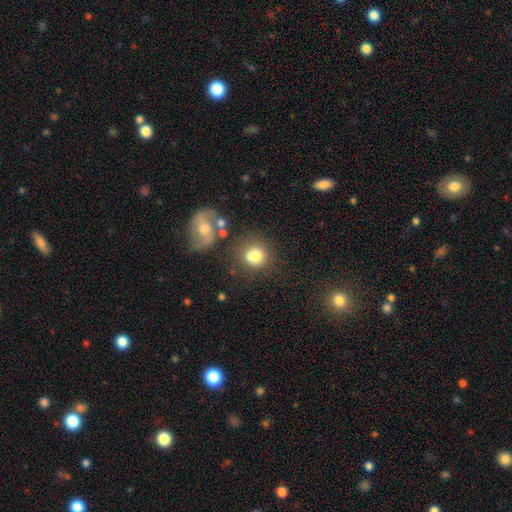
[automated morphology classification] Q: Smooth or featured?
A: smooth (76%); runner-up: featured or disk (15%)
Q: How rounded?
A: round (80%); runner-up: in between (19%)
Q: Merging?
A: none (52%); runner-up: merger (27%)